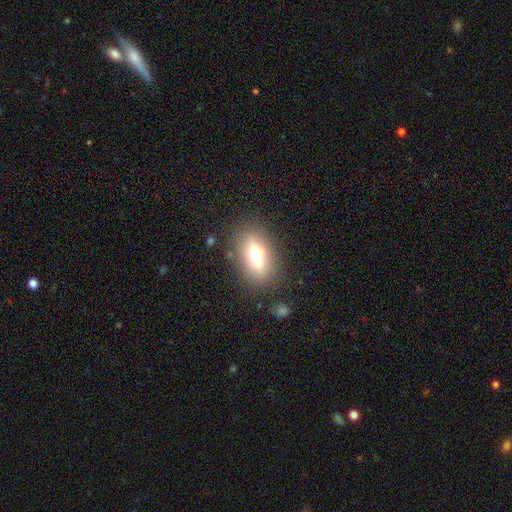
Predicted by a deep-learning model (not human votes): Overall: smooth (52%; featured or disk 35%). How rounded: in between (72%). Merging: none (78%).